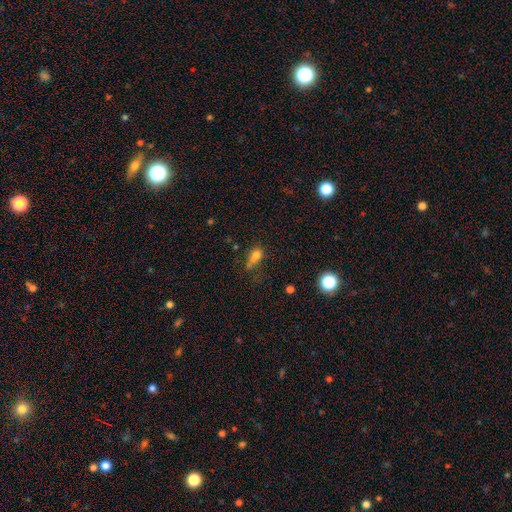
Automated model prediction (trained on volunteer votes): smooth 70%, star or artifact 16%, featured or disk 15%. Down the decision tree: how rounded — in between (61%); merging — none (33%).